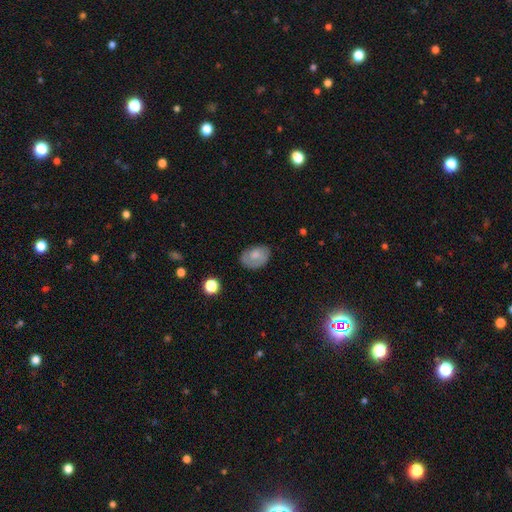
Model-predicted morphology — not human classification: A smooth galaxy with no disk features (62%) that is in between round and cigar-shaped (78%). Merging: none (67%).